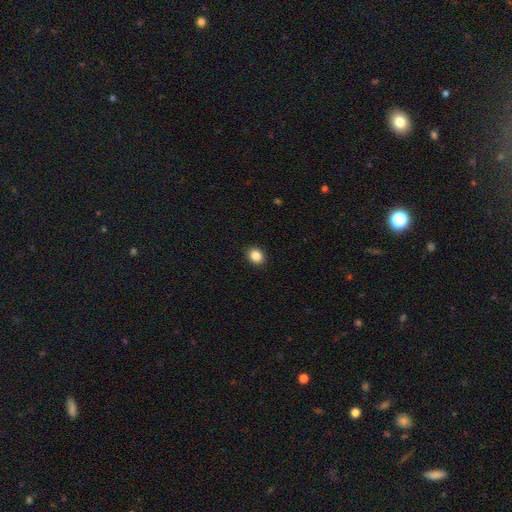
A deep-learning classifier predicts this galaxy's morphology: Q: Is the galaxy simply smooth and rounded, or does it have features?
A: smooth — 86%.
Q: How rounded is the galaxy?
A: round — 58%.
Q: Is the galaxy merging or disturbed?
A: none — 91%.